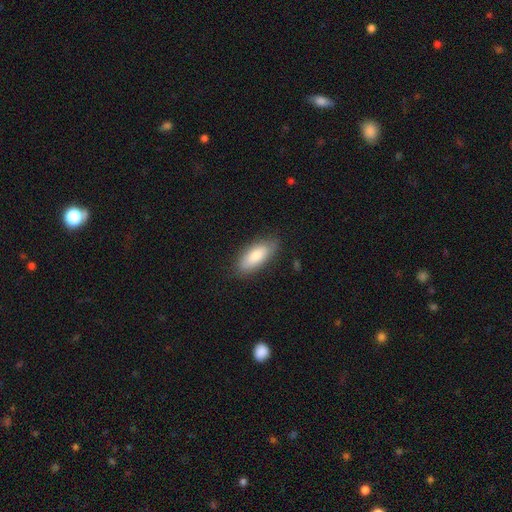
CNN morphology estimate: Overall: smooth (81%). How rounded: in between (82%). Merging: none (83%).